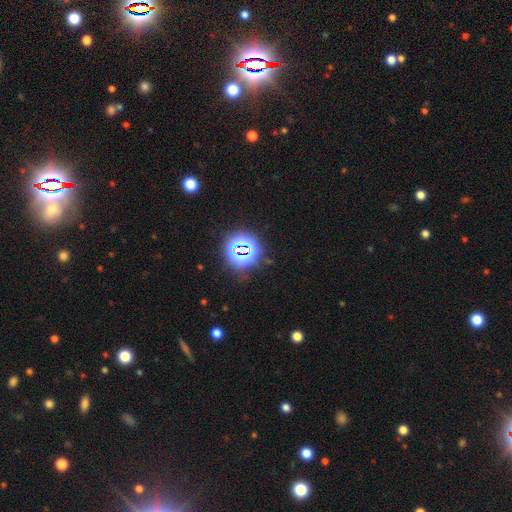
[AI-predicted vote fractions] This appears to be a star or artifact, not a galaxy (80%).